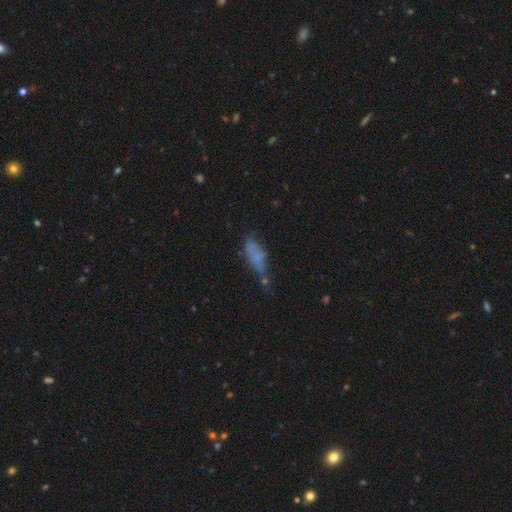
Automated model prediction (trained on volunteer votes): smooth 58%, featured or disk 27%, star or artifact 15%. Down the decision tree: how rounded — in between (56%); merging — none (38%).